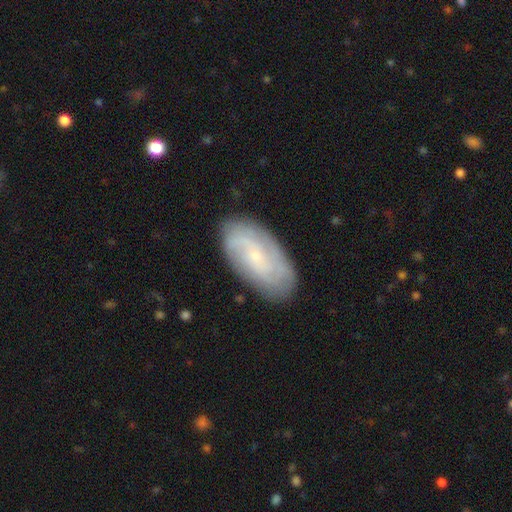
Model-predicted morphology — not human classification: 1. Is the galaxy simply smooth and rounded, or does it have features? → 69% featured or disk, 25% smooth, 7% star or artifact.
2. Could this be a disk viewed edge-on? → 93% no, 7% yes.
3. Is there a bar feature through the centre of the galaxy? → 62% no, 32% weak, 6% strong.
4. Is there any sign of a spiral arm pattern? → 89% yes, 11% no.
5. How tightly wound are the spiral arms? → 44% tight, 37% medium, 19% loose.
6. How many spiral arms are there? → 40% can't tell, 34% 2, 12% 3, 6% 4, 4% 1, 4% more than 4.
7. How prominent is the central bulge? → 82% small, 14% moderate, 3% none, 1% large, 1% dominant.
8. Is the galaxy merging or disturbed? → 82% none, 14% minor disturbance, 3% major disturbance, 1% merger.